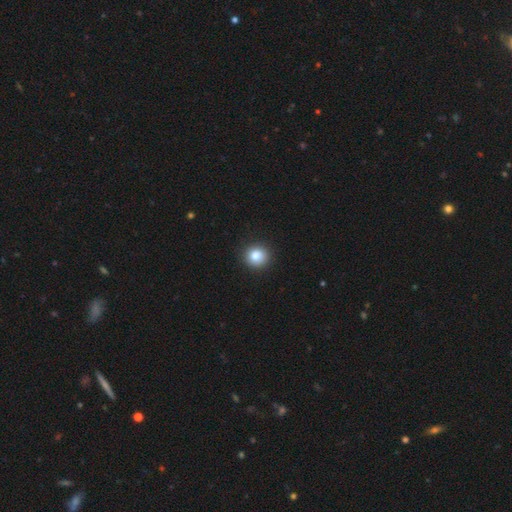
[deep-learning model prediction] Smooth or featured? smooth (84%)
How rounded? round (89%)
Merging? none (89%)